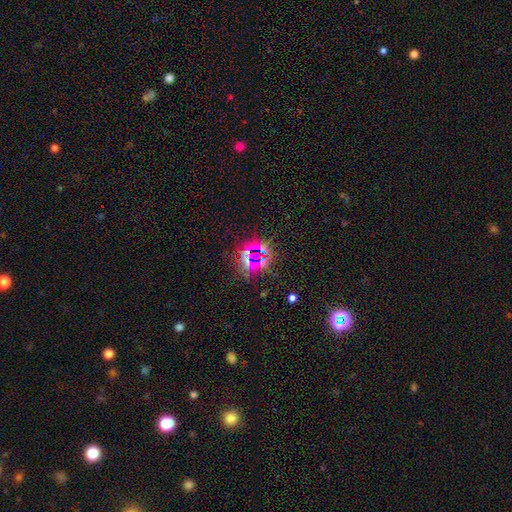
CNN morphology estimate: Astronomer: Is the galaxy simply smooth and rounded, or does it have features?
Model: star or artifact — 79%.